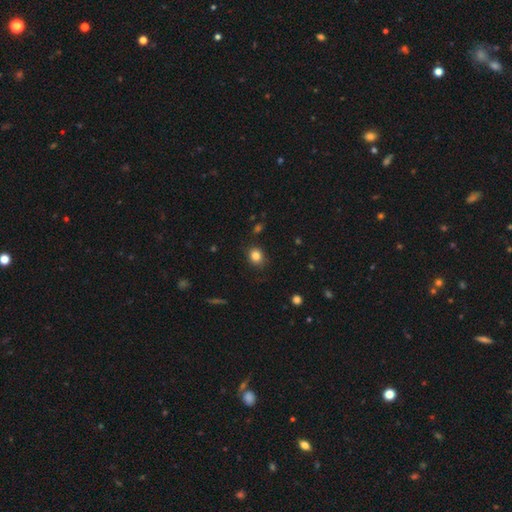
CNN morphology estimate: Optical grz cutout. It shows a smooth galaxy with no disk features (84%) that is round (66%). Merging: none (85%).